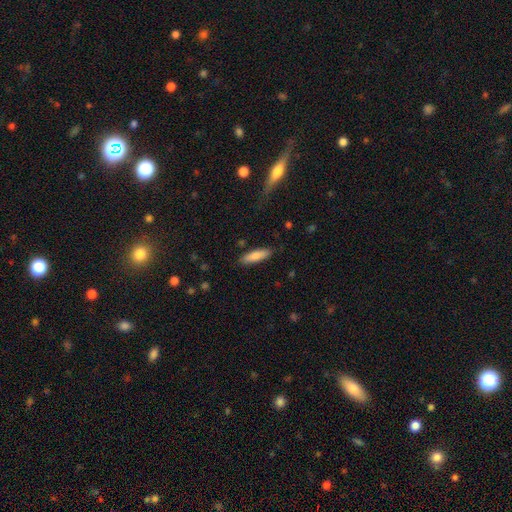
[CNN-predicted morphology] Smooth or featured? smooth (81%)
How rounded? cigar-shaped (59%)
Merging? none (86%)